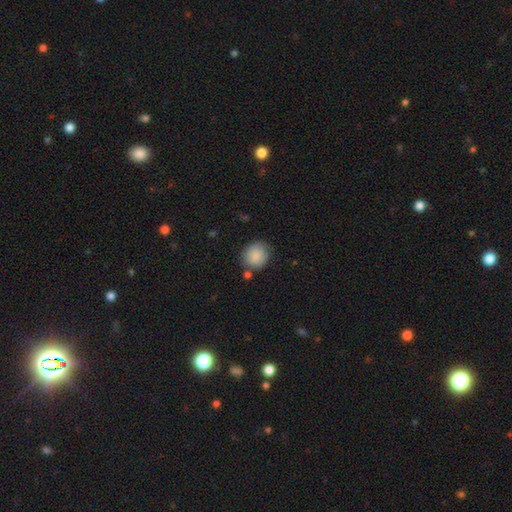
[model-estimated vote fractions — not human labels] Smooth or featured? smooth (85%)
How rounded? round (80%)
Merging? none (71%)